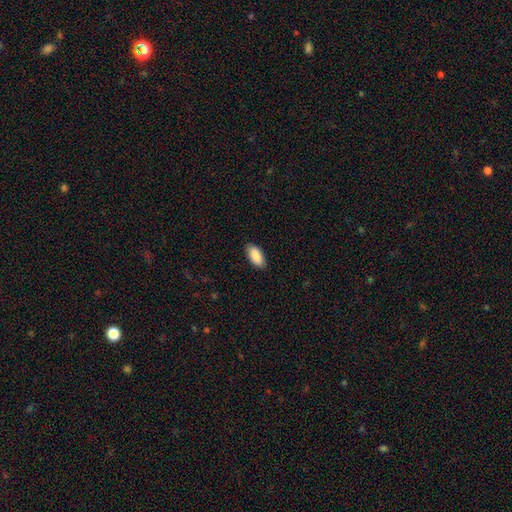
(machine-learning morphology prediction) This appears to be a smooth galaxy with no disk features (90%) that is in between round and cigar-shaped (93%). Merging: none (88%).